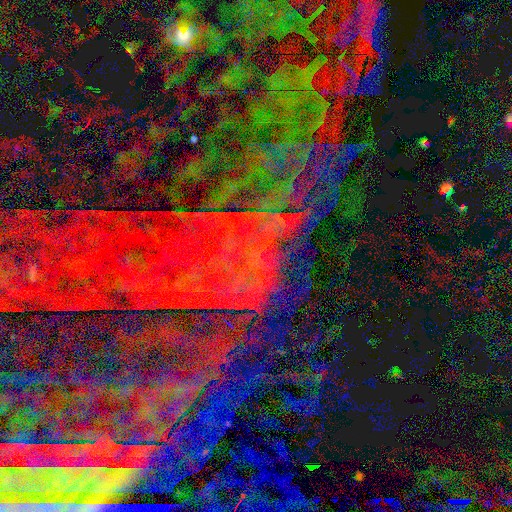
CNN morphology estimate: A star or artifact, not a galaxy (82%).